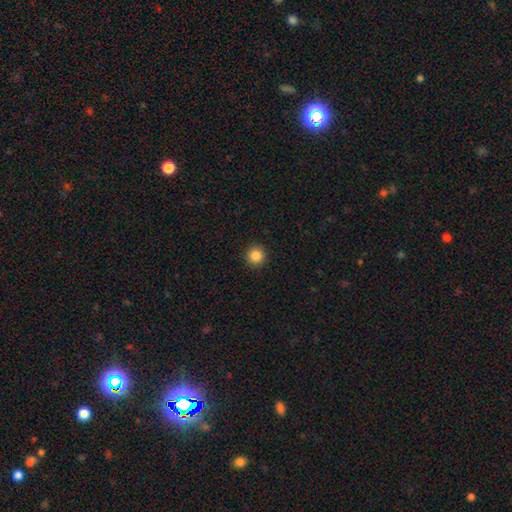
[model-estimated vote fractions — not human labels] This is clearly a smooth galaxy (85%). How rounded: clearly round (95%). Merging: clearly none (93%).